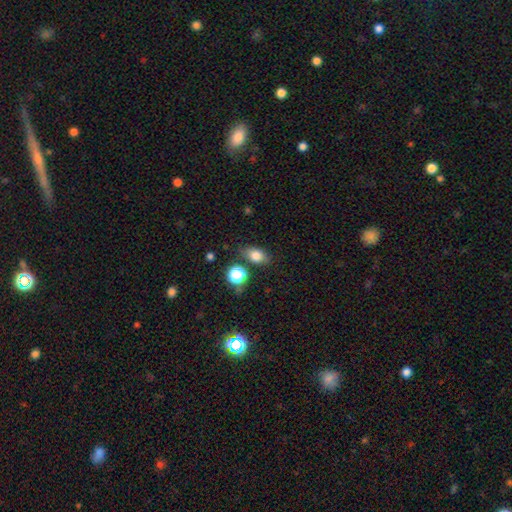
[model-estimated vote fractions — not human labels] A smooth galaxy with no disk features (78%) that is in between round and cigar-shaped (76%).

Vote fractions:
- Smooth or featured? smooth: 78% / star or artifact: 11% / featured or disk: 10%
- How rounded? in between: 76% / round: 20% / cigar-shaped: 4%
- Merging? none: 76% / minor disturbance: 14% / merger: 6% / major disturbance: 4%